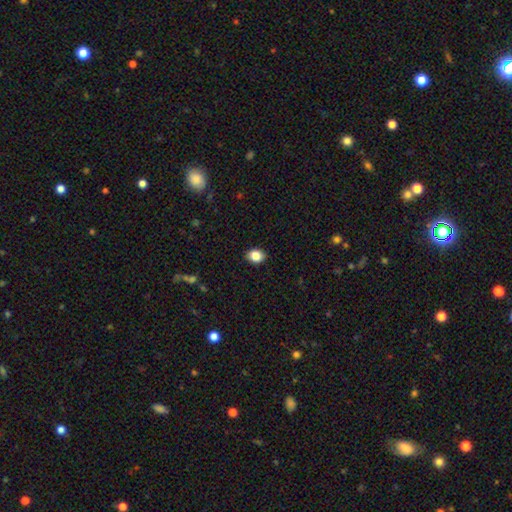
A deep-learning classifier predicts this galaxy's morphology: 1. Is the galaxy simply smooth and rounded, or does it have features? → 86% smooth, 9% star or artifact, 5% featured or disk.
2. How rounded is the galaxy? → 53% in between, 46% round, 1% cigar-shaped.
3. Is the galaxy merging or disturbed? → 90% none, 8% minor disturbance, 2% major disturbance, 1% merger.